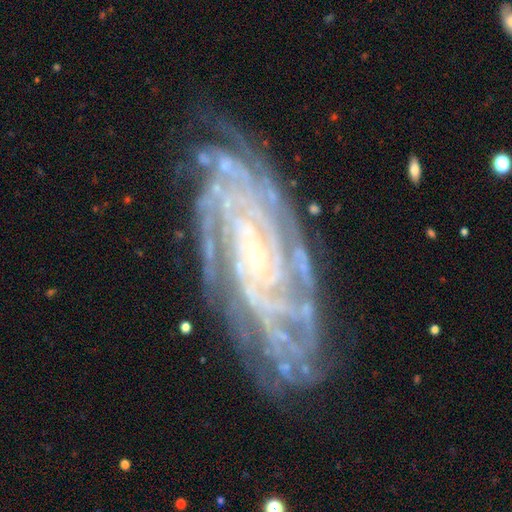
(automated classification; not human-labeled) Smooth or featured: featured or disk — 91% (star or artifact — 5%)
Edge-on disk: no — 95% (yes — 5%)
Bar: no — 58% (weak — 27%)
Spiral arms: yes — 98% (no — 2%)
Spiral winding: tight — 83% (medium — 15%)
Spiral arm count: more than 4 — 30% (4 — 21%)
Bulge size: small — 85% (moderate — 10%)
Merging: none — 78% (minor disturbance — 15%)